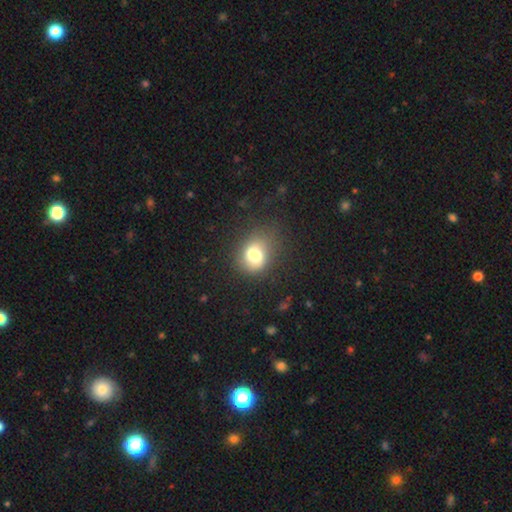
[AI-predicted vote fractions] Q: Smooth or featured?
A: smooth (69%); runner-up: featured or disk (20%)
Q: How rounded?
A: round (51%); runner-up: in between (47%)
Q: Merging?
A: none (51%); runner-up: minor disturbance (24%)